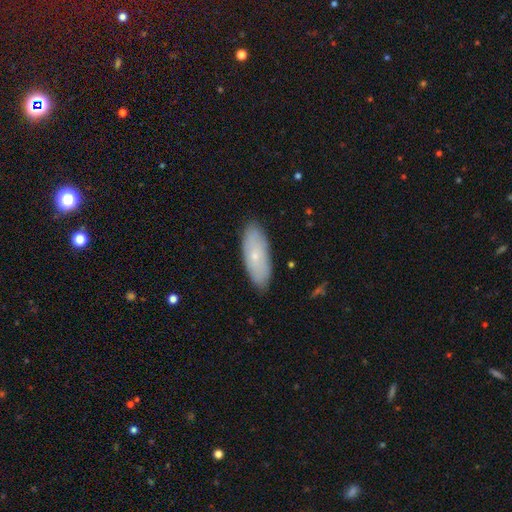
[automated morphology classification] This is possibly a smooth galaxy (60%). How rounded: likely in between (75%). Merging: clearly none (86%).